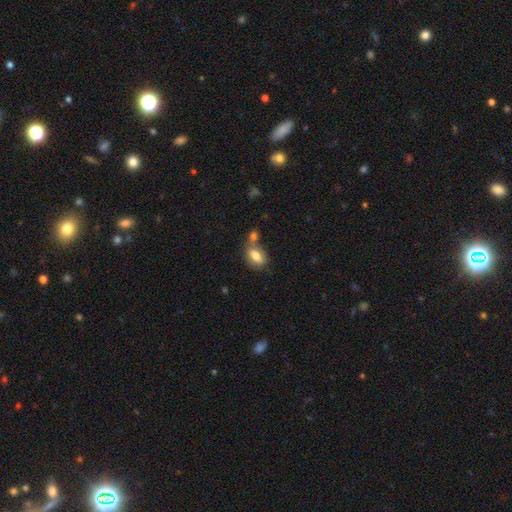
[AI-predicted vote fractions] This appears to be a smooth galaxy with no disk features (77%) that is in between round and cigar-shaped (84%). Merging: none (50%).